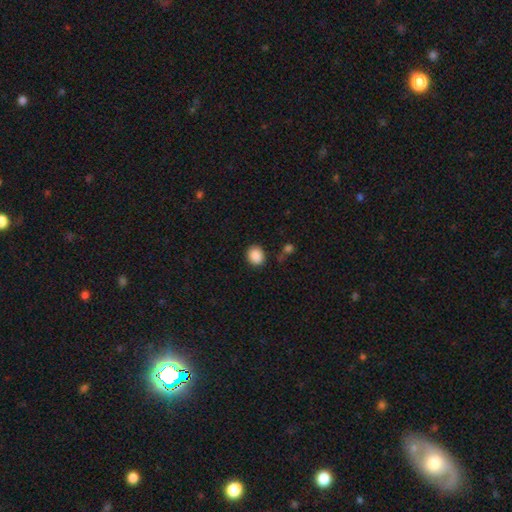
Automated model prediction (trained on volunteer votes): Overall: smooth (88%). How rounded: round (66%; in between 33%). Merging: none (83%).